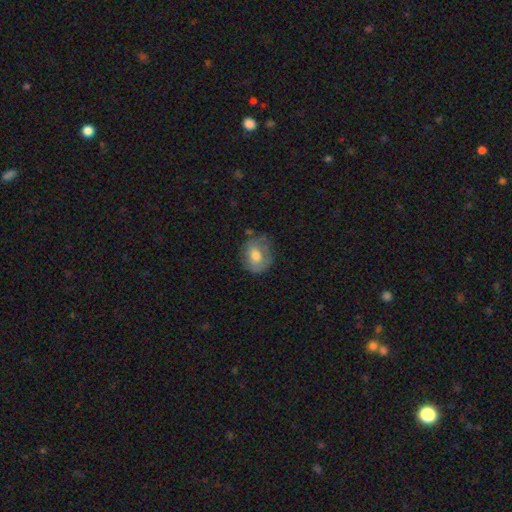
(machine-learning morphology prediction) Smooth or featured: smooth — 67% (featured or disk — 25%)
How rounded: round — 56% (in between — 43%)
Merging: none — 62% (minor disturbance — 27%)